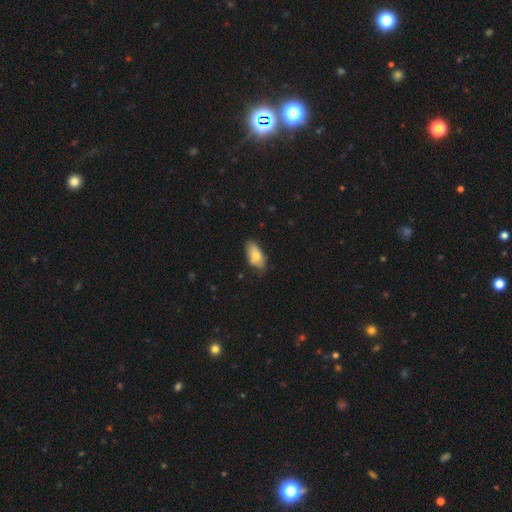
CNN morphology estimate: type=smooth (74%); roundness=in between (91%); merging=none (73%).